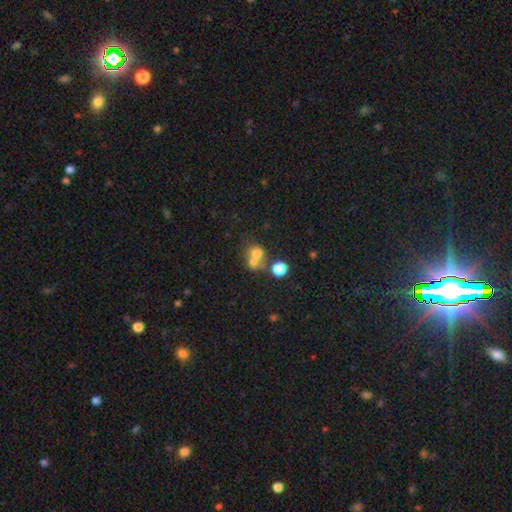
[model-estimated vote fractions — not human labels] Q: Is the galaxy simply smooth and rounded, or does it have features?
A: smooth — 68%.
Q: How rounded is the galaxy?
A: round — 76%.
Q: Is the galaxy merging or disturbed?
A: merger — 55%.